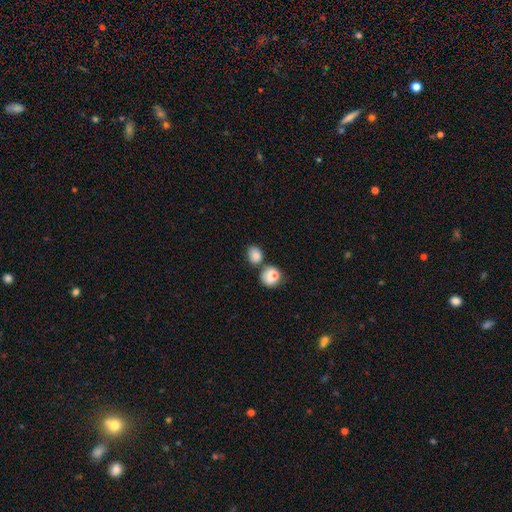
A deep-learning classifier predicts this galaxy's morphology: Q: Smooth or featured?
A: smooth (85%); runner-up: star or artifact (9%)
Q: How rounded?
A: round (52%); runner-up: in between (47%)
Q: Merging?
A: none (54%); runner-up: merger (29%)